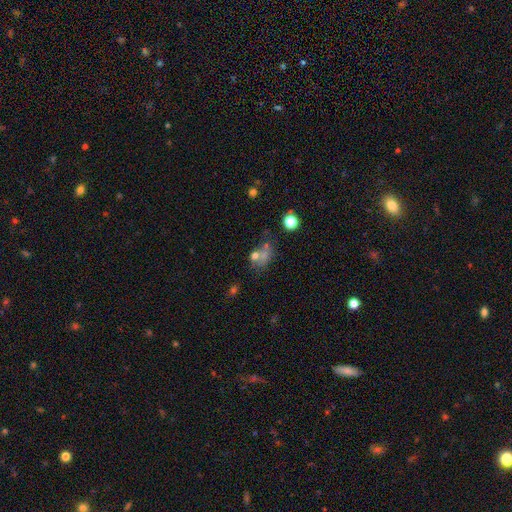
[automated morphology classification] Overall: smooth (57%; featured or disk 22%). How rounded: in between (52%; round 46%). Merging: merger (39%; none 33%).